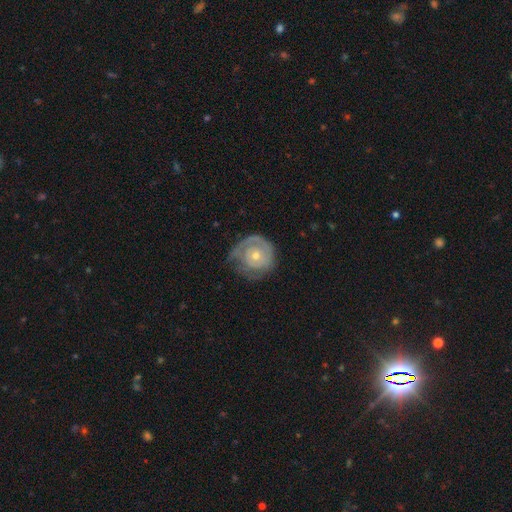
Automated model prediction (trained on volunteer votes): Q: Smooth or featured?
A: featured or disk (71%); runner-up: smooth (23%)
Q: Edge-on disk?
A: no (97%); runner-up: yes (3%)
Q: Bar?
A: no (84%); runner-up: weak (13%)
Q: Spiral arms?
A: yes (80%); runner-up: no (20%)
Q: Spiral winding?
A: tight (72%); runner-up: medium (20%)
Q: Spiral arm count?
A: 1 (34%); runner-up: can't tell (30%)
Q: Bulge size?
A: small (54%); runner-up: moderate (42%)
Q: Merging?
A: none (61%); runner-up: minor disturbance (23%)